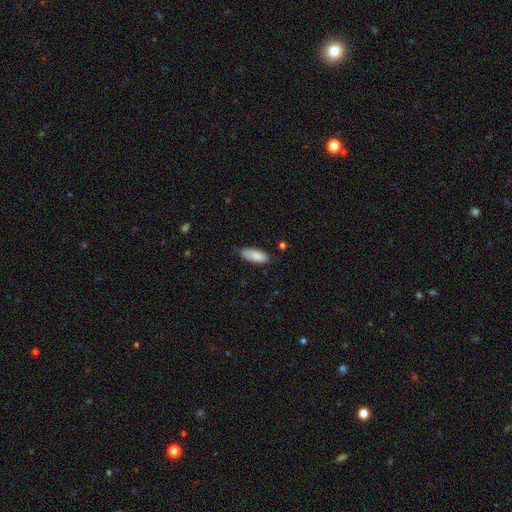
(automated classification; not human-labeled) Smooth or featured: smooth — 87% (featured or disk — 7%)
How rounded: in between — 79% (cigar-shaped — 20%)
Merging: none — 79% (minor disturbance — 17%)